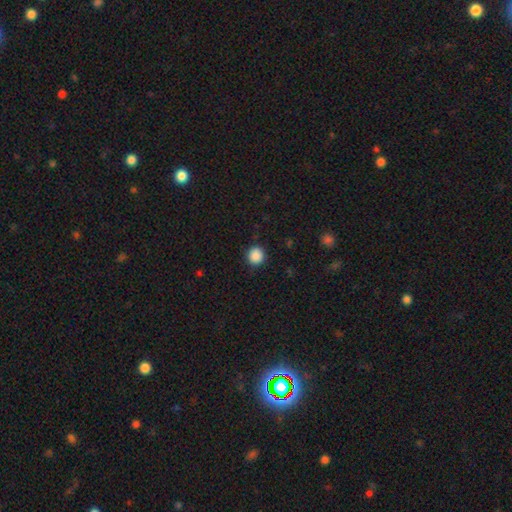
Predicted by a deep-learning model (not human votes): A smooth galaxy with no disk features (88%) that is round (92%). Merging: none (90%).